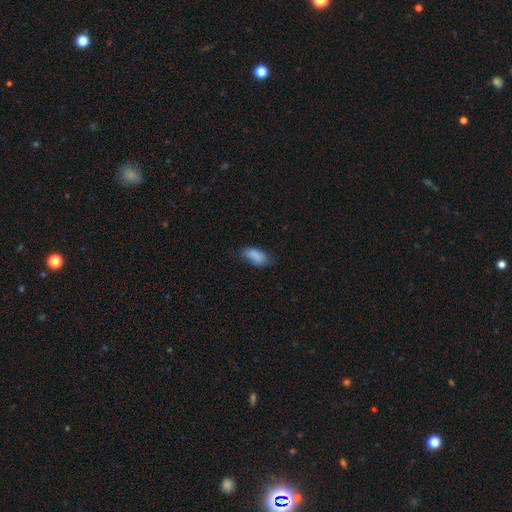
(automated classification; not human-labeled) Overall: smooth (80%). How rounded: in between (86%). Merging: none (52%; minor disturbance 34%).